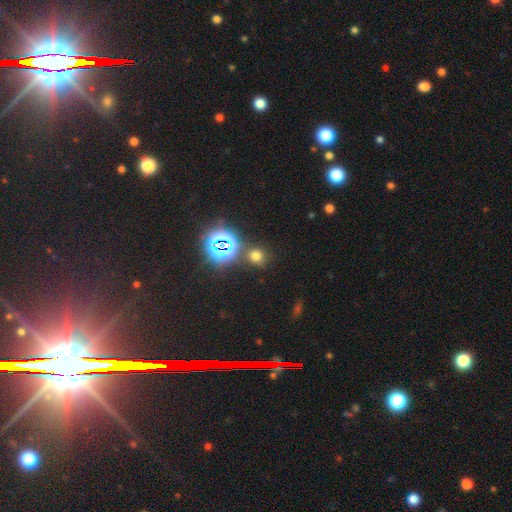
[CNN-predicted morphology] This appears to be a smooth galaxy with no disk features (60%) that is round (84%). Merging: none (78%).